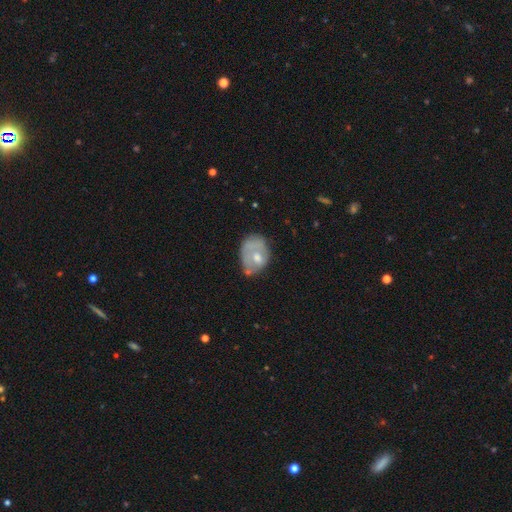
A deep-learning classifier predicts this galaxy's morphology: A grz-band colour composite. It shows a smooth galaxy with no disk features (52%) that is in between round and cigar-shaped (65%). Merging: none (36%).